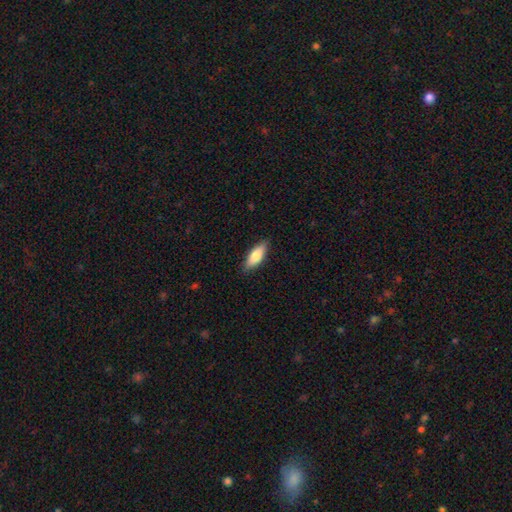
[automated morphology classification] Smooth or featured: smooth — 77% (featured or disk — 17%)
How rounded: in between — 69% (cigar-shaped — 29%)
Merging: none — 86% (minor disturbance — 11%)